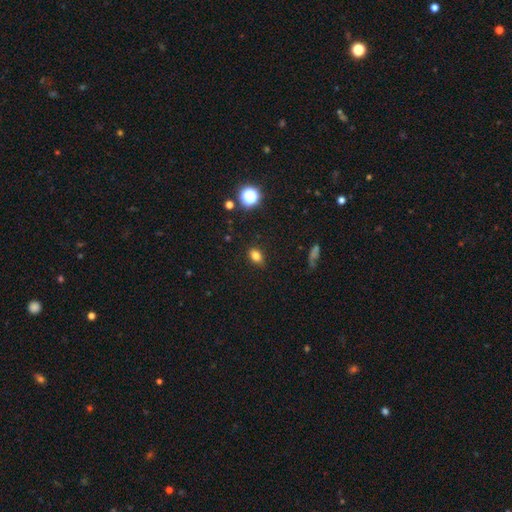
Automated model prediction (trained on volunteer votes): Q: Smooth or featured?
A: smooth (79%); runner-up: star or artifact (14%)
Q: How rounded?
A: in between (73%); runner-up: round (25%)
Q: Merging?
A: none (84%); runner-up: minor disturbance (12%)